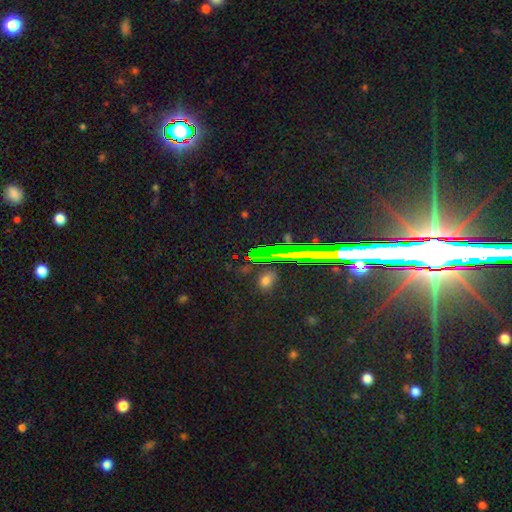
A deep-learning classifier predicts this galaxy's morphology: smooth_or_featured: star or artifact (p=0.77) [alt: featured or disk p=0.14]